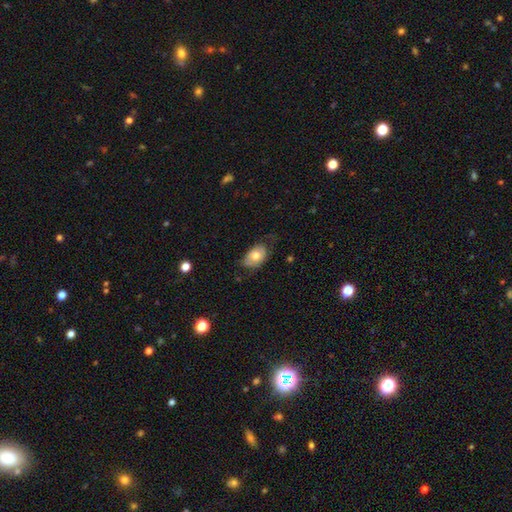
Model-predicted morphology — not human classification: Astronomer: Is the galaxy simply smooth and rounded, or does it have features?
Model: smooth — 69%.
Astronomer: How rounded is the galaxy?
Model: in between — 88%.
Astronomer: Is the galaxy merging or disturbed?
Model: none — 55% (runner-up: minor disturbance, 33%).